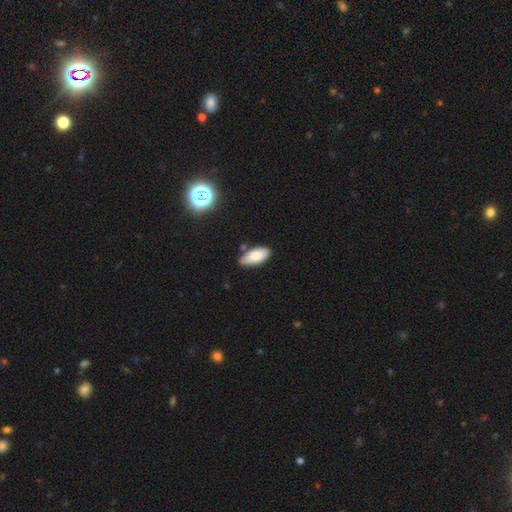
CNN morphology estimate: A smooth galaxy with no disk features (83%) that is in between round and cigar-shaped (88%).

Vote fractions:
- Smooth or featured? smooth: 83% / featured or disk: 10% / star or artifact: 7%
- How rounded? in between: 88% / cigar-shaped: 10% / round: 2%
- Merging? none: 73% / minor disturbance: 19% / merger: 5% / major disturbance: 3%